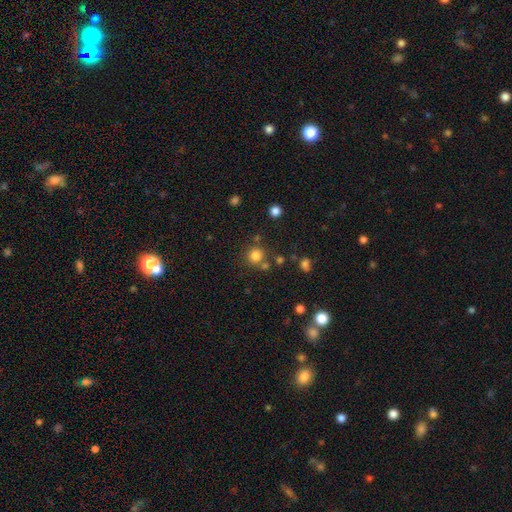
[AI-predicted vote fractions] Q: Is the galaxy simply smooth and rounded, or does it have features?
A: smooth — 79%.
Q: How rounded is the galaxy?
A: round — 92%.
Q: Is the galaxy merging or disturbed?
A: none — 74%.